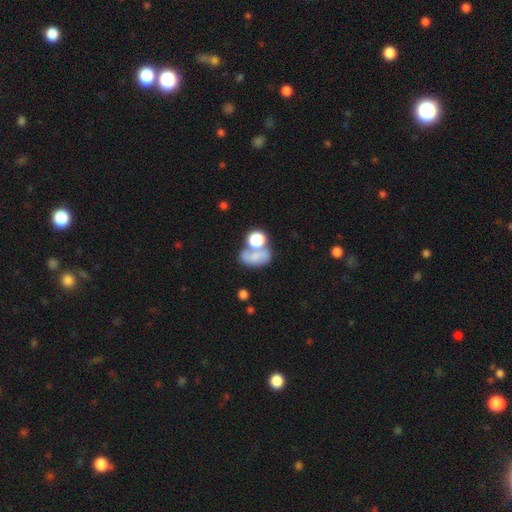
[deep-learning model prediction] This is possibly a smooth galaxy (60%). How rounded: likely in between (70%). Merging: possibly merger (46%).